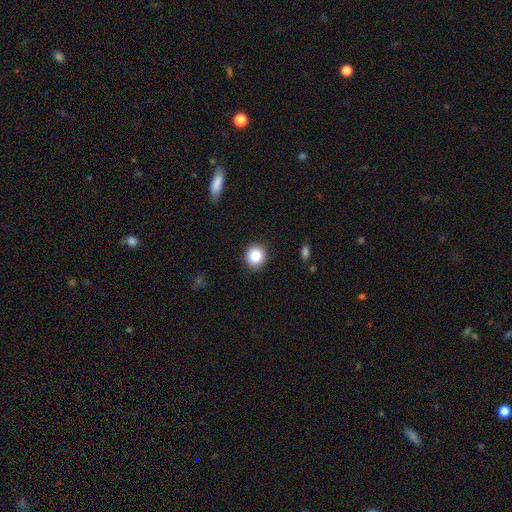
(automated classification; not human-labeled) Smooth or featured: smooth — 85% (star or artifact — 10%)
How rounded: round — 86% (in between — 13%)
Merging: none — 90% (minor disturbance — 7%)